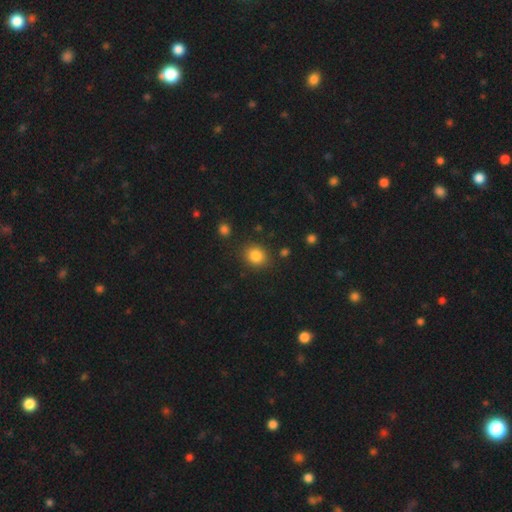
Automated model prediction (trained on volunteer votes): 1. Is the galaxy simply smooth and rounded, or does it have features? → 84% smooth, 11% star or artifact, 5% featured or disk.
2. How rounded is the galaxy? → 70% round, 29% in between, 1% cigar-shaped.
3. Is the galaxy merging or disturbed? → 85% none, 9% minor disturbance, 3% merger, 3% major disturbance.